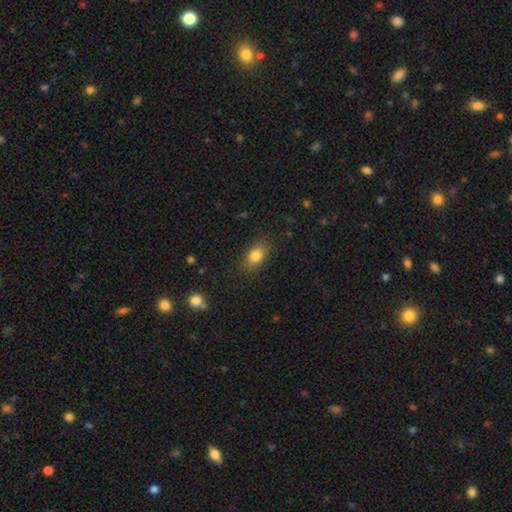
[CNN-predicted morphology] smooth_or_featured: smooth (p=0.83) [alt: star or artifact p=0.09]
how_rounded: in between (p=0.81) [alt: round p=0.16]
merging: none (p=0.83) [alt: minor disturbance p=0.12]